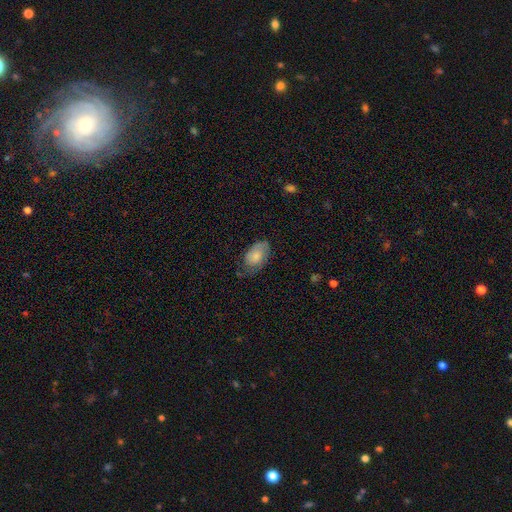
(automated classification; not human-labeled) The model was most divided on "merging": none: 55%, minor disturbance: 32%, major disturbance: 12%, merger: 2%. More confident: how rounded — in between (92%); smooth or featured — smooth (72%).